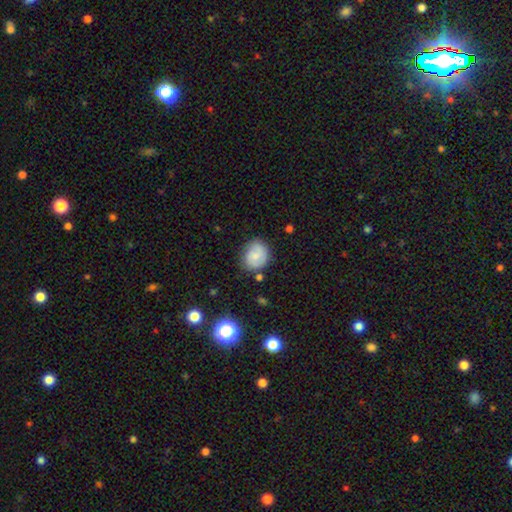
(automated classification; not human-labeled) This appears to be a smooth galaxy with no disk features (63%) that is round (64%). Merging: none (69%).